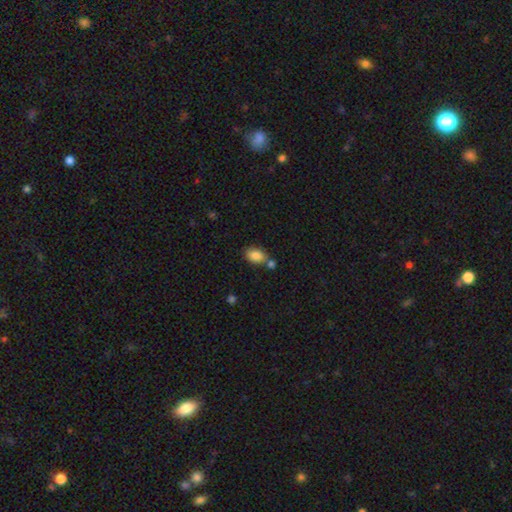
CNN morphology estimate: A smooth galaxy with no disk features (86%) that is in between round and cigar-shaped (84%). Merging: none (59%).